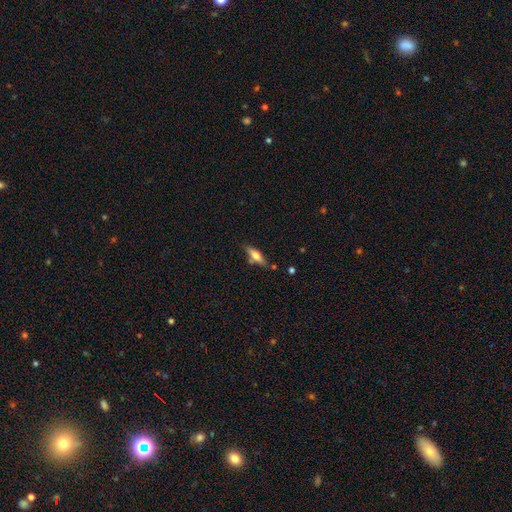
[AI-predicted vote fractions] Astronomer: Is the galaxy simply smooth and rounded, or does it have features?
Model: smooth — 52% (runner-up: featured or disk, 41%).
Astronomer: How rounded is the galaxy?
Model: cigar-shaped — 55% (runner-up: in between, 43%).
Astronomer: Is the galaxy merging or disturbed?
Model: none — 71%.